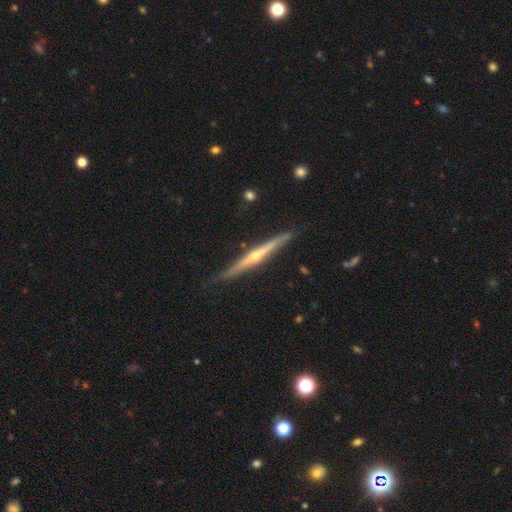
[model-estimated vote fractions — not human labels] Morphology: type=featured or disk (80%); edge-on=yes (98%); edge-on bulge=rounded (85%); merging=none (88%).